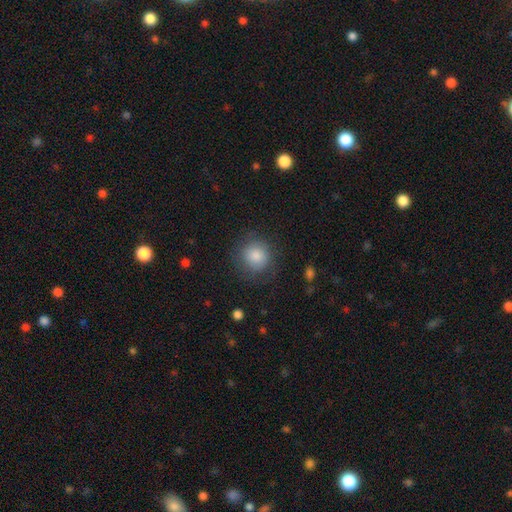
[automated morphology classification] Overall: smooth (82%). How rounded: round (91%). Merging: none (80%).